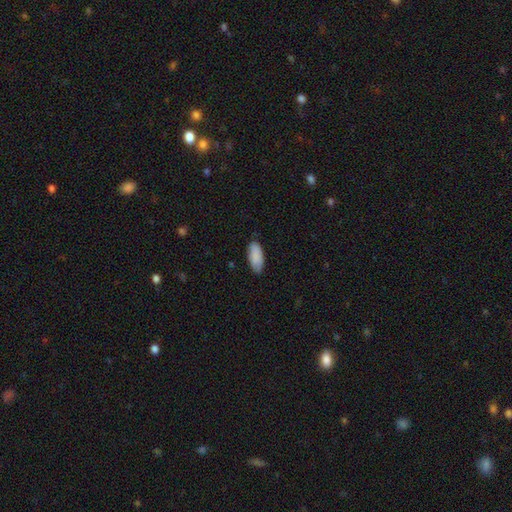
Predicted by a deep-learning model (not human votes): The model was most divided on "merging": none: 82%, minor disturbance: 14%, major disturbance: 2%, merger: 1%. More confident: smooth or featured — smooth (89%); how rounded — in between (87%).